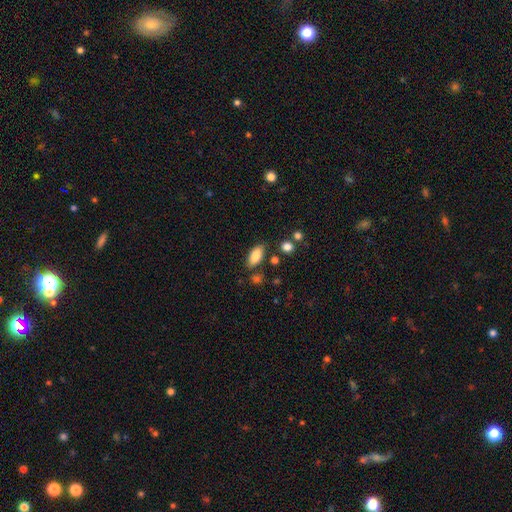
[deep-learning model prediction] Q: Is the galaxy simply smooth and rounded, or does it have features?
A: smooth — 83%.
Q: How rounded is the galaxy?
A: in between — 86%.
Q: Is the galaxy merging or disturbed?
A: none — 79%.